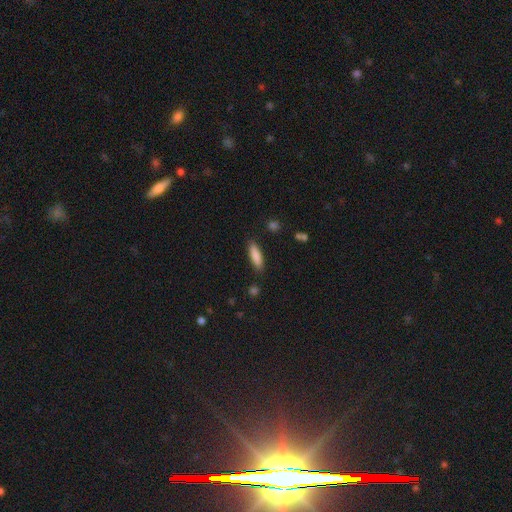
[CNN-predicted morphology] The model was most divided on "how rounded": cigar-shaped: 61%, in between: 38%, round: 2%. More confident: merging — none (87%); smooth or featured — smooth (84%).